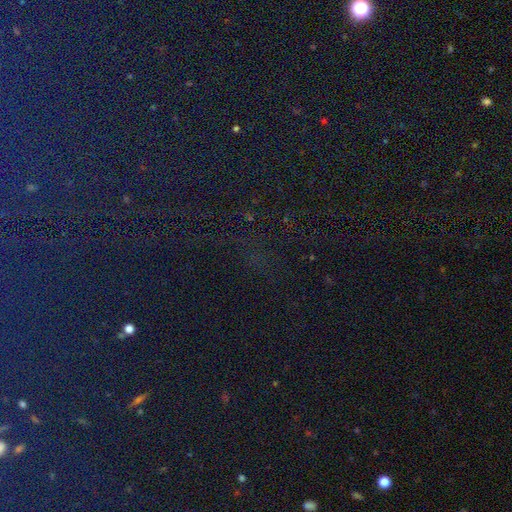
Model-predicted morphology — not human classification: smooth-or-featured: star or artifact: 83% | smooth: 10% | featured or disk: 7%